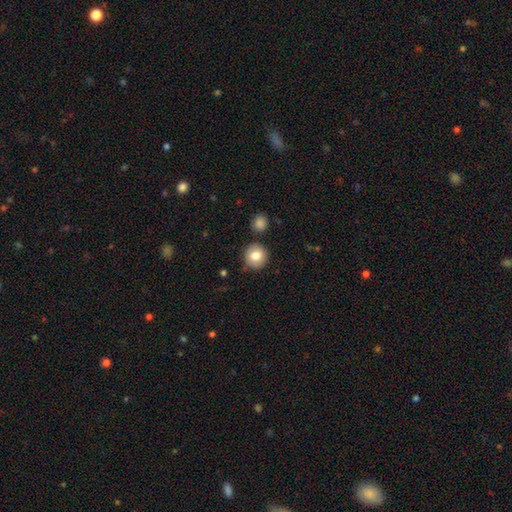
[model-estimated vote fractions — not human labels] Smooth or featured: smooth — 80% (featured or disk — 11%)
How rounded: round — 91% (in between — 8%)
Merging: none — 84% (minor disturbance — 10%)